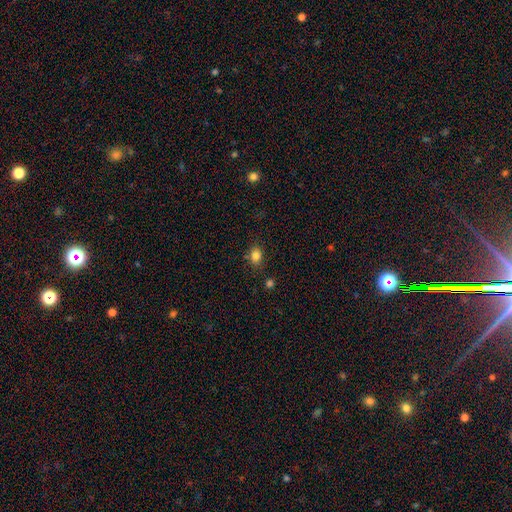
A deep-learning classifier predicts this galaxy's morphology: Smooth or featured: smooth — 82% (star or artifact — 12%)
How rounded: in between — 57% (round — 42%)
Merging: none — 78% (minor disturbance — 14%)